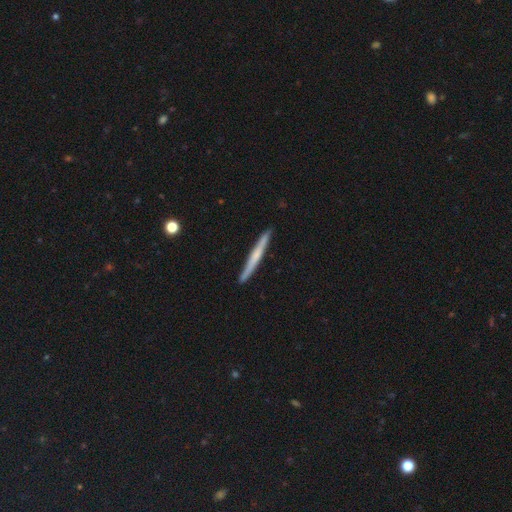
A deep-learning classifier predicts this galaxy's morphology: type=featured or disk (49%); merging=none (92%).